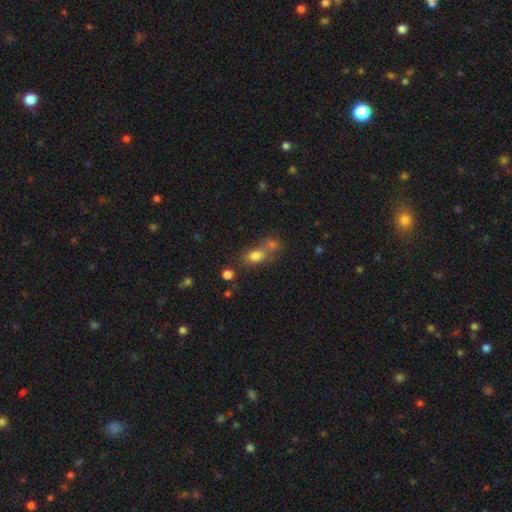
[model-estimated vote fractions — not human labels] Smooth or featured? smooth (76%)
How rounded? in between (69%)
Merging? merger (44%)